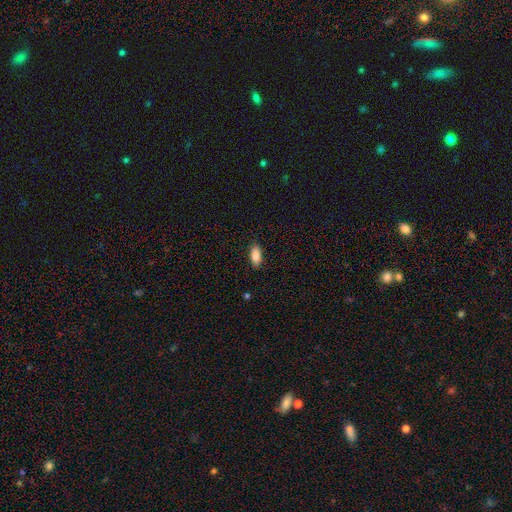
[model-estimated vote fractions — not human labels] Smooth or featured?
  - smooth: 88% *
  - star or artifact: 7%
  - featured or disk: 5%
How rounded?
  - in between: 87% *
  - cigar-shaped: 11%
  - round: 2%
Merging?
  - none: 87% *
  - minor disturbance: 10%
  - major disturbance: 2%
  - merger: 1%